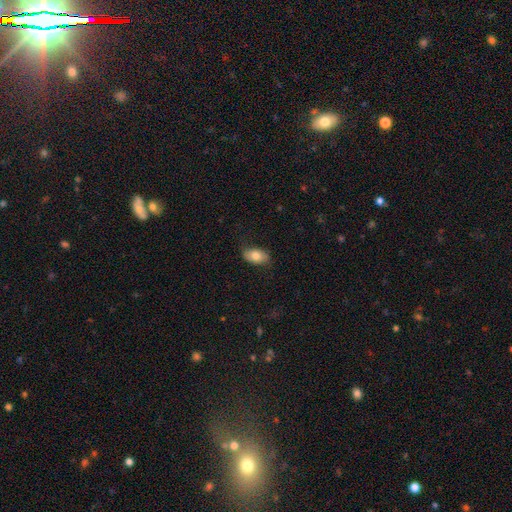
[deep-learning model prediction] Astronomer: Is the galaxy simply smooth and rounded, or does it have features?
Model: smooth — 78%.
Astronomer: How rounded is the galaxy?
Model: in between — 92%.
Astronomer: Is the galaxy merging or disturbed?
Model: none — 79%.